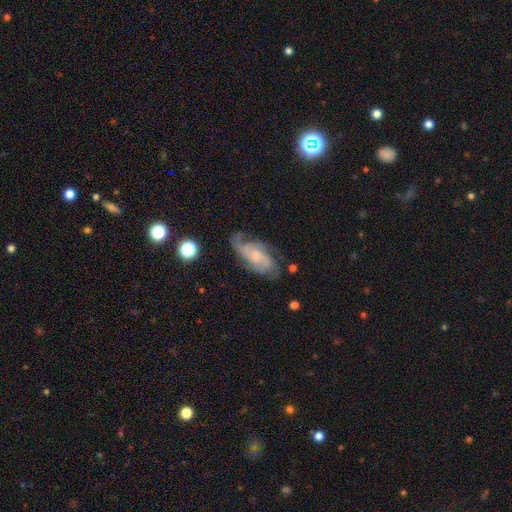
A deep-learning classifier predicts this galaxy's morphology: Smooth or featured? featured or disk (77%)
Edge-on disk? no (95%)
Bar? no (66%)
Spiral arms? yes (94%)
Spiral winding? medium (44%)
Spiral arm count? 2 (33%)
Bulge size? small (55%)
Merging? none (64%)